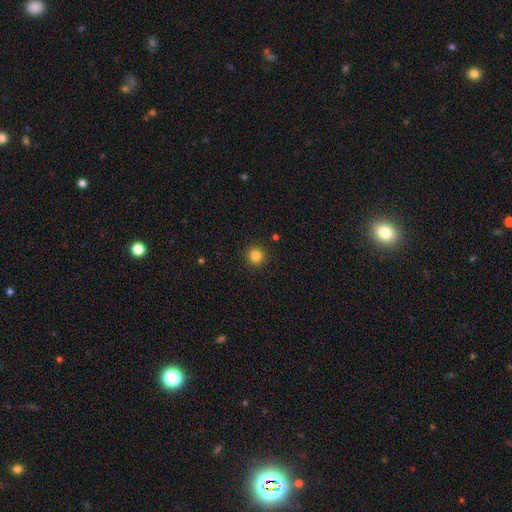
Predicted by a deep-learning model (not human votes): Smooth or featured? Predicted: smooth (p=0.84). How rounded? Predicted: round (p=0.94). Merging? Predicted: none (p=0.92).